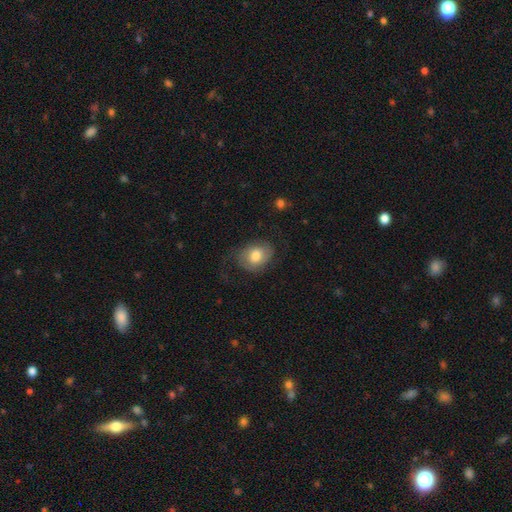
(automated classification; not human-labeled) The model was most divided on "how rounded": in between: 65%, round: 34%, cigar-shaped: 1%. More confident: smooth or featured — smooth (63%); merging — none (56%).